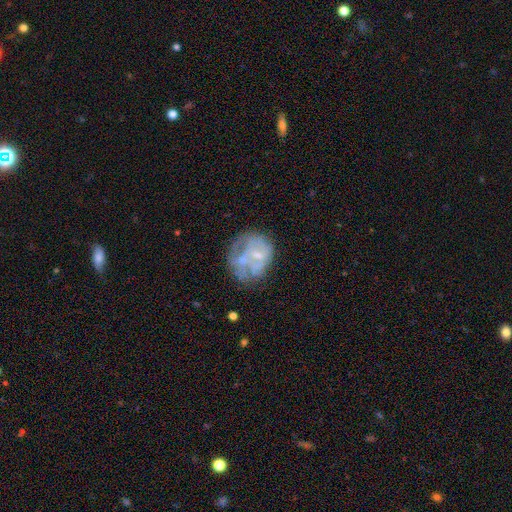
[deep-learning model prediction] Smooth or featured? featured or disk (63%)
Edge-on disk? no (98%)
Bar? no (76%)
Spiral arms? no (65%)
Bulge size? small (58%)
Merging? none (43%)